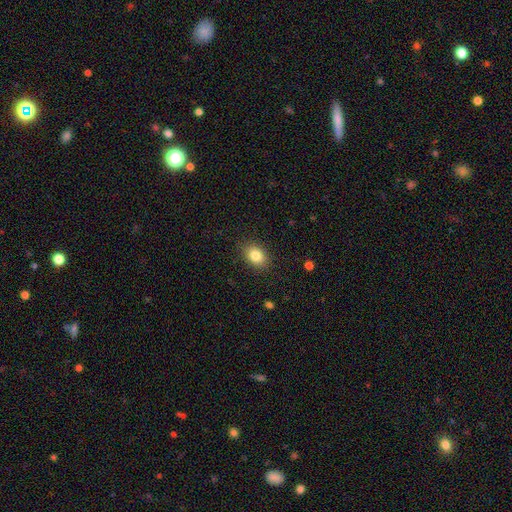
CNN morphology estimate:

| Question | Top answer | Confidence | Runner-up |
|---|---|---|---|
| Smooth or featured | smooth | 83% | star or artifact (9%) |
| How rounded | in between | 72% | round (27%) |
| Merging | none | 86% | minor disturbance (10%) |